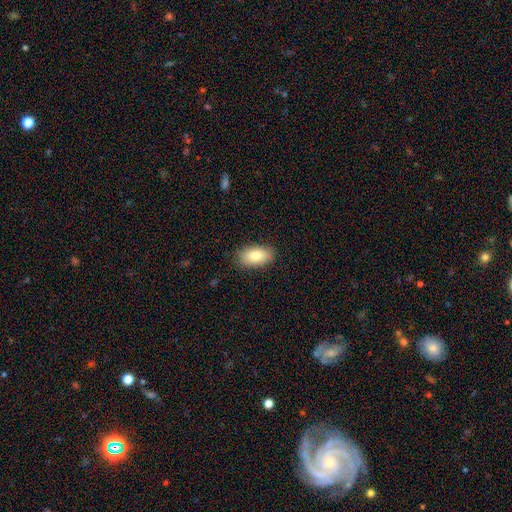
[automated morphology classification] Smooth or featured: smooth — 80% (featured or disk — 12%)
How rounded: in between — 92% (round — 6%)
Merging: none — 87% (minor disturbance — 10%)